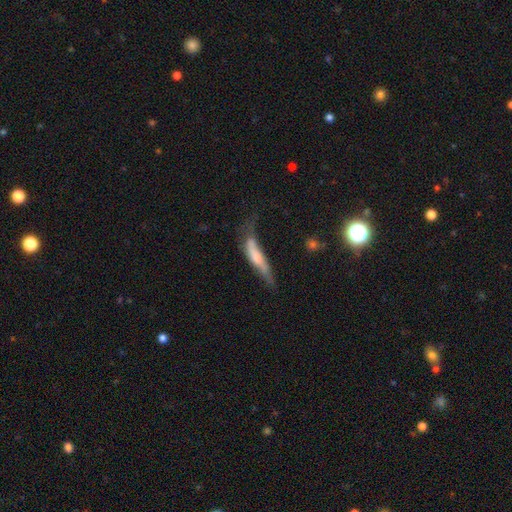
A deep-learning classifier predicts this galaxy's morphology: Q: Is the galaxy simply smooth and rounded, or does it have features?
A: smooth — 54%.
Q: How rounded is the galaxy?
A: cigar-shaped — 79%.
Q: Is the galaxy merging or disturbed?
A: minor disturbance — 33%.